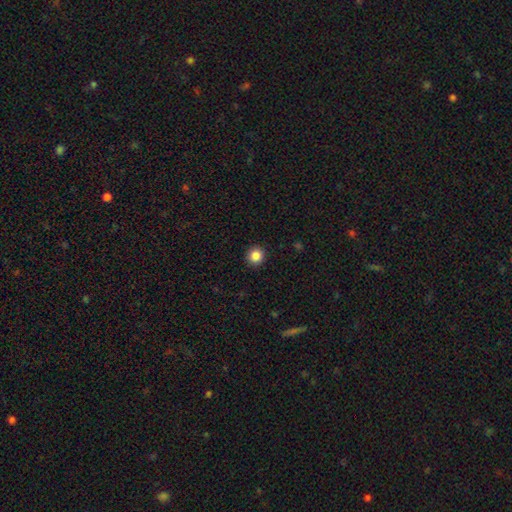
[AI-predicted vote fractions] This is clearly a smooth galaxy (86%). How rounded: clearly round (92%). Merging: clearly none (93%).